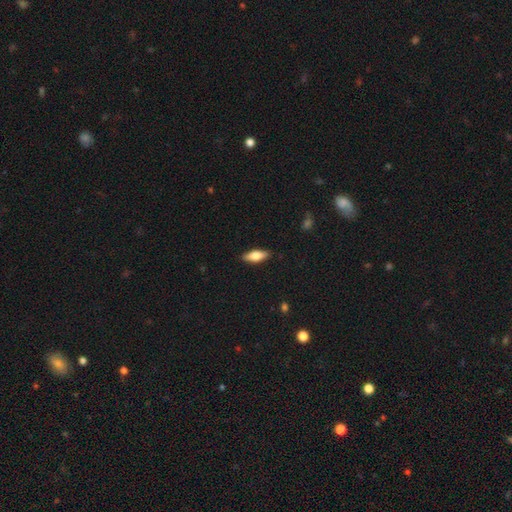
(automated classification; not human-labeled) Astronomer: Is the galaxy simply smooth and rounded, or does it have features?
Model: smooth — 71%.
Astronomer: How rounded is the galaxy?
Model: in between — 69%.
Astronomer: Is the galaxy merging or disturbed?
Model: none — 88%.